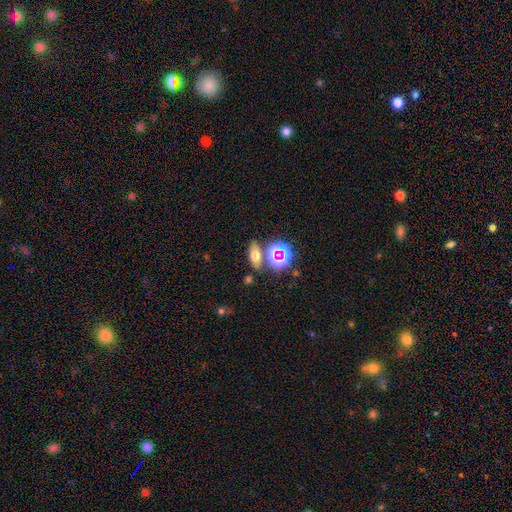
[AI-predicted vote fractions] smooth_or_featured: smooth (p=0.57) [alt: star or artifact p=0.24]
how_rounded: in between (p=0.70) [alt: round p=0.16]
merging: none (p=0.72) [alt: merger p=0.13]